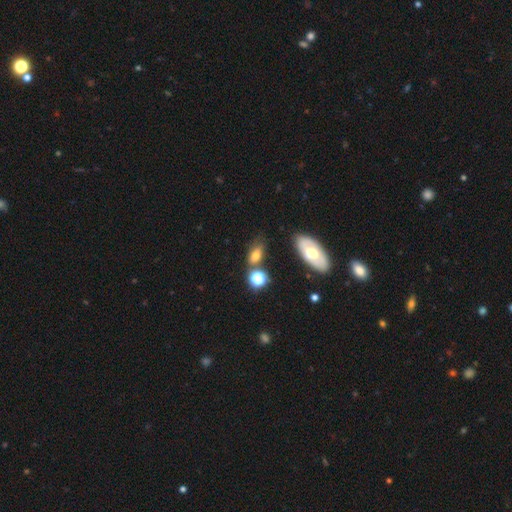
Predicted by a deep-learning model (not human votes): A smooth galaxy with no disk features (62%) that is in between round and cigar-shaped (77%).

Vote fractions:
- Smooth or featured? smooth: 62% / featured or disk: 23% / star or artifact: 15%
- How rounded? in between: 77% / round: 15% / cigar-shaped: 8%
- Merging? none: 63% / minor disturbance: 19% / merger: 12% / major disturbance: 7%